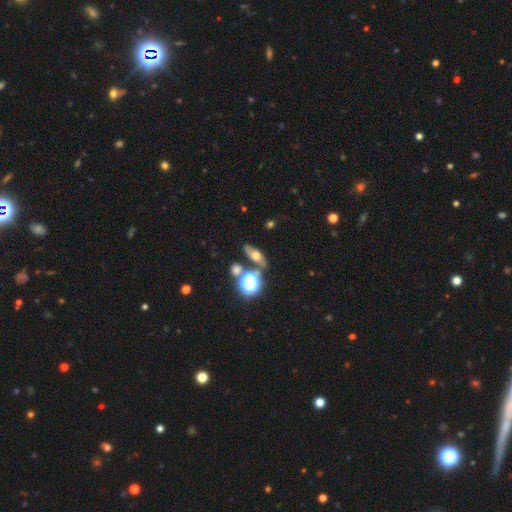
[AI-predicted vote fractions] Smooth or featured? Predicted: smooth (p=0.42). Merging? Predicted: none (p=0.67).